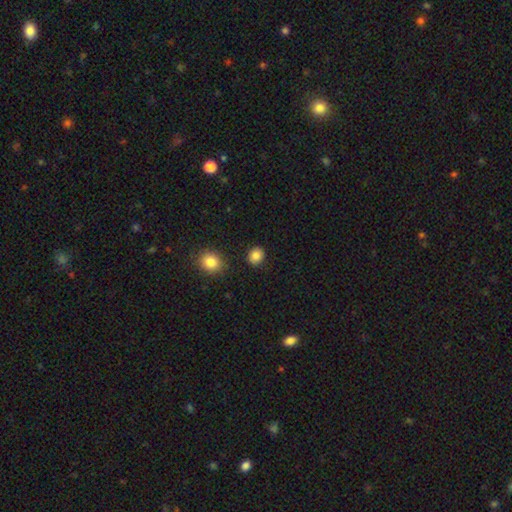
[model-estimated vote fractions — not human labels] Overall: smooth (85%). How rounded: round (74%). Merging: none (89%).